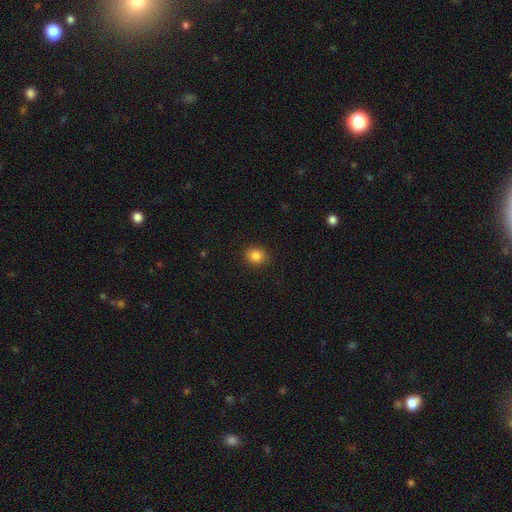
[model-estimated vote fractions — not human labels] Smooth or featured? smooth (86%)
How rounded? round (76%)
Merging? none (90%)